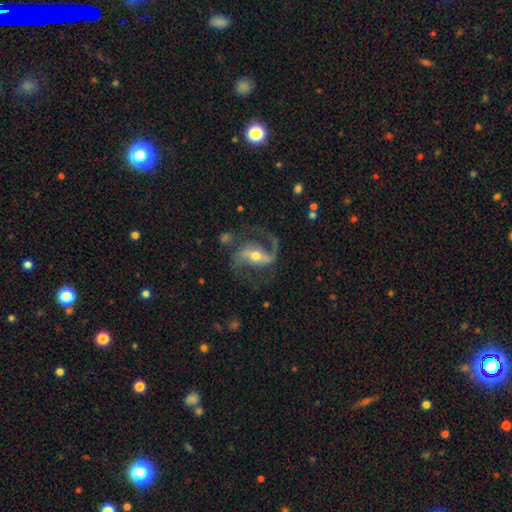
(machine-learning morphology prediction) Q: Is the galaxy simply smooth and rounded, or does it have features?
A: featured or disk — 89%.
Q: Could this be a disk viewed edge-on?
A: no — 96%.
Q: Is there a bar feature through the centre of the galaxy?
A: strong — 52%.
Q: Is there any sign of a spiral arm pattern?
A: yes — 96%.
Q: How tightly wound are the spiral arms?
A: medium — 47%.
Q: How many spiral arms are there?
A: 2 — 87%.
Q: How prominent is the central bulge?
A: moderate — 55%.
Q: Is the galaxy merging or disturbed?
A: none — 70%.